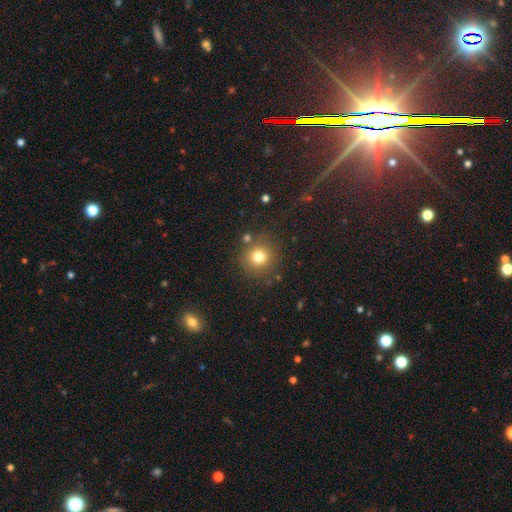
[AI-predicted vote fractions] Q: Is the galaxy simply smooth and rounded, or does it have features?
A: smooth — 70%.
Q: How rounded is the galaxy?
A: round — 93%.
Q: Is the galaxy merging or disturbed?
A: none — 85%.